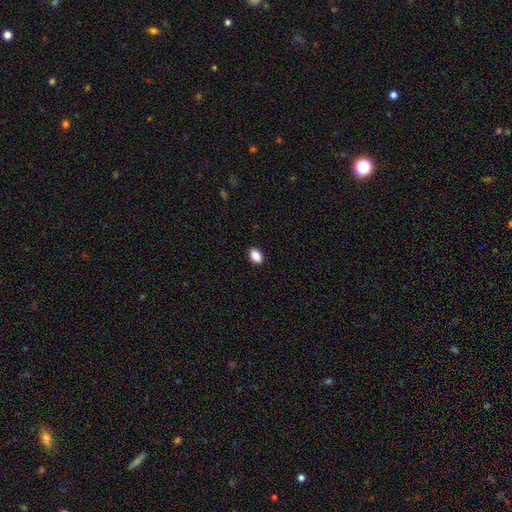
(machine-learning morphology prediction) A smooth galaxy with no disk features (88%) that is in between round and cigar-shaped (84%). Merging: none (90%).